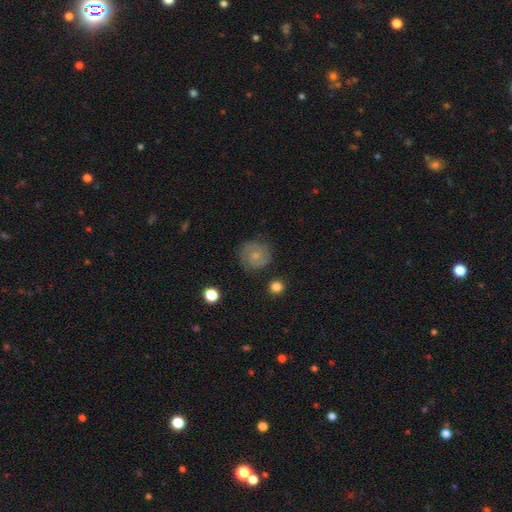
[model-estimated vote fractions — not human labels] Smooth or featured? featured or disk (53%)
Edge-on disk? no (98%)
Bar? no (73%)
Spiral arms? yes (85%)
Bulge size? small (60%)
Merging? none (79%)